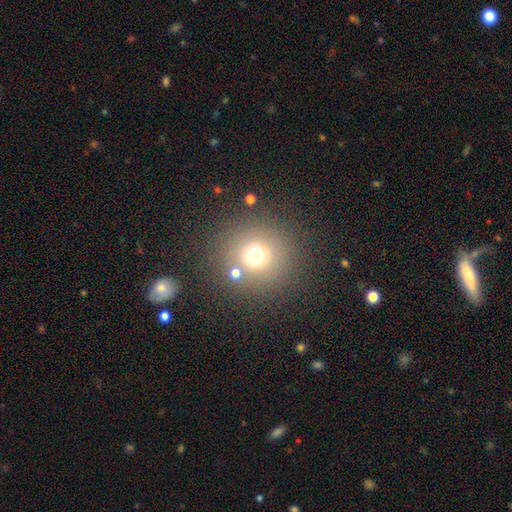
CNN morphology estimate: The model was most divided on "smooth or featured": smooth: 68%, star or artifact: 22%, featured or disk: 10%. More confident: how rounded — round (94%); merging — none (79%).